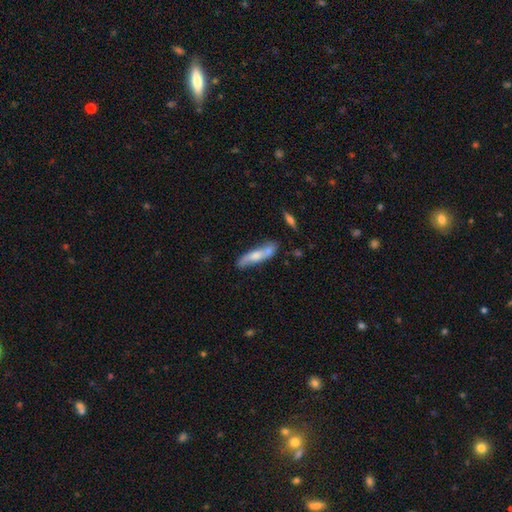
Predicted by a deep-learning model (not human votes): Smooth or featured? smooth (57%)
How rounded? cigar-shaped (70%)
Merging? none (56%)